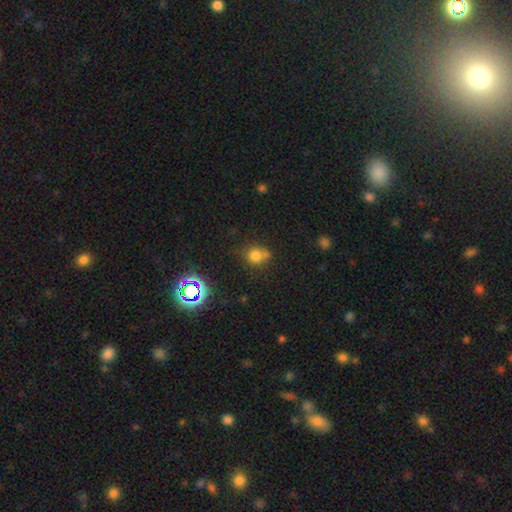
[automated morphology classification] This appears to be a smooth galaxy with no disk features (73%) that is round (74%). Merging: none (55%).